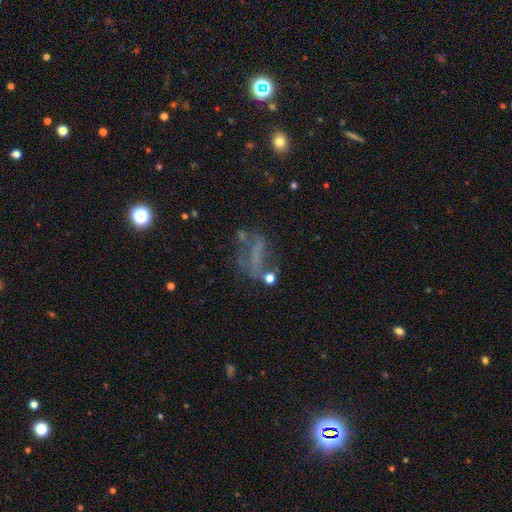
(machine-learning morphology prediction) Q: Smooth or featured?
A: featured or disk (42%); runner-up: smooth (32%)
Q: Merging?
A: none (41%); runner-up: major disturbance (30%)